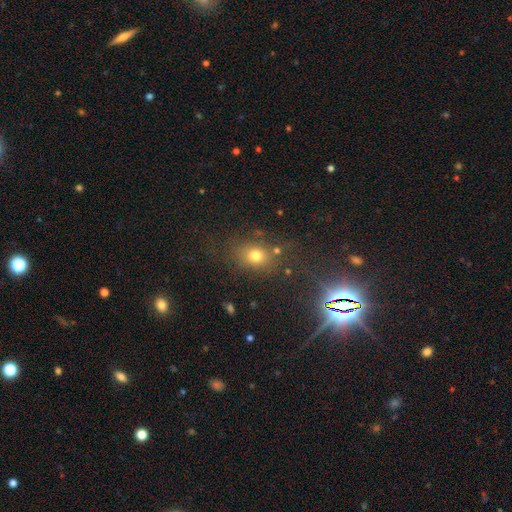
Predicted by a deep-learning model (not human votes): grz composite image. It shows a smooth galaxy with no disk features (71%) that is round (52%). Merging: none (69%).